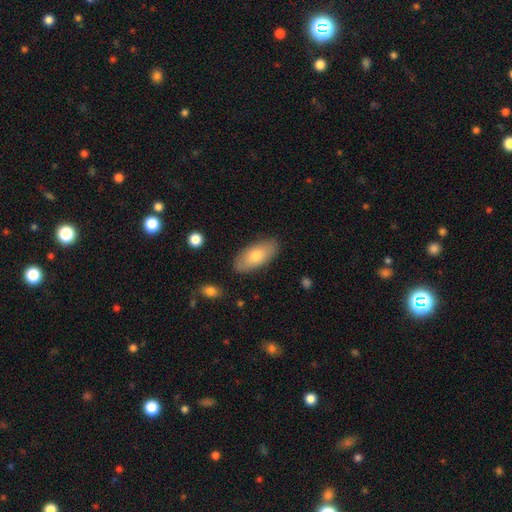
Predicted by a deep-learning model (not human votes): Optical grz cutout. It shows a smooth galaxy with no disk features (73%) that is in between round and cigar-shaped (89%). Merging: none (86%).